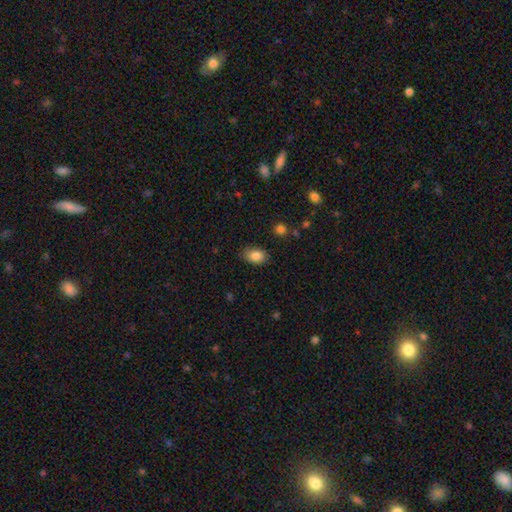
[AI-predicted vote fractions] Smooth or featured? Predicted: smooth (p=0.86). How rounded? Predicted: in between (p=0.82). Merging? Predicted: none (p=0.78).